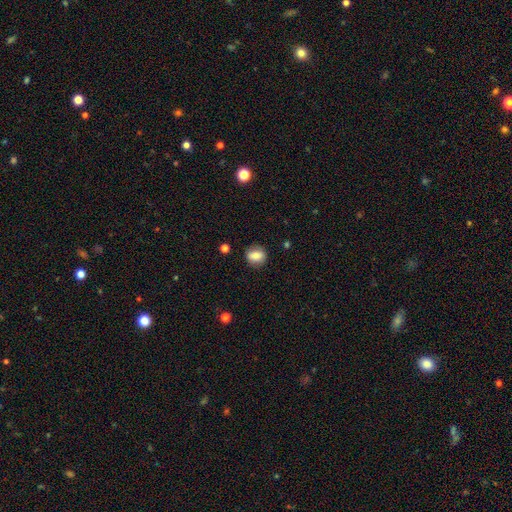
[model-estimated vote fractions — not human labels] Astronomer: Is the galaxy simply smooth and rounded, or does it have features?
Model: smooth — 76%.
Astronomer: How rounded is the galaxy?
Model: round — 64%.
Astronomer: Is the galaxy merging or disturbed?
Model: none — 85%.